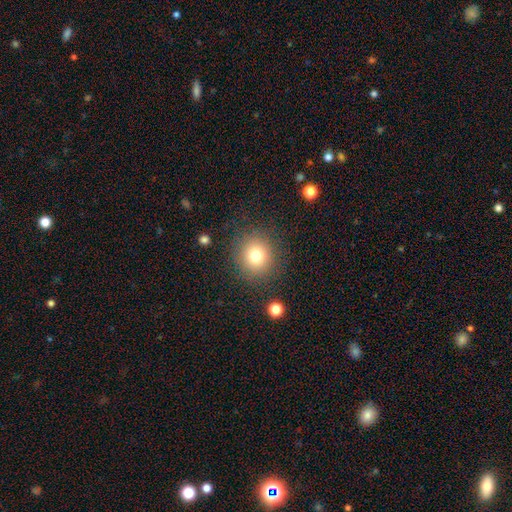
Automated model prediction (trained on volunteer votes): Smooth or featured? Predicted: smooth (p=0.77). How rounded? Predicted: round (p=0.88). Merging? Predicted: none (p=0.85).